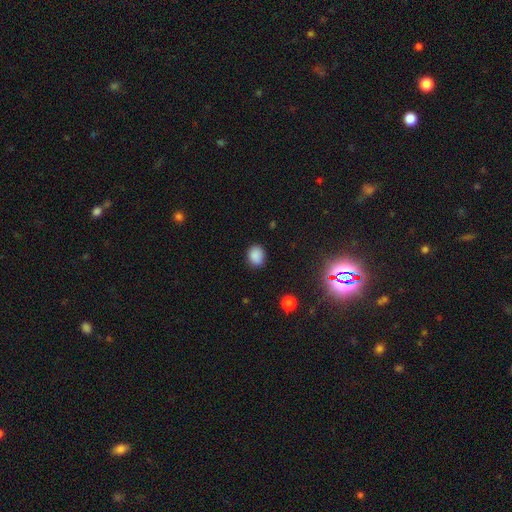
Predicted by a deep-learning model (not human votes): A smooth galaxy with no disk features (85%) that is round (54%).

Vote fractions:
- Smooth or featured? smooth: 85% / star or artifact: 11% / featured or disk: 4%
- How rounded? round: 54% / in between: 45% / cigar-shaped: 1%
- Merging? none: 84% / minor disturbance: 12% / major disturbance: 3% / merger: 1%